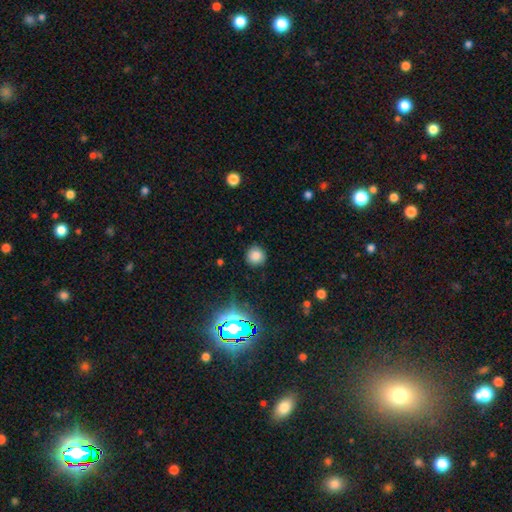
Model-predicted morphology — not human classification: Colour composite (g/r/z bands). It shows a smooth galaxy with no disk features (78%) that is round (93%). Merging: none (87%).